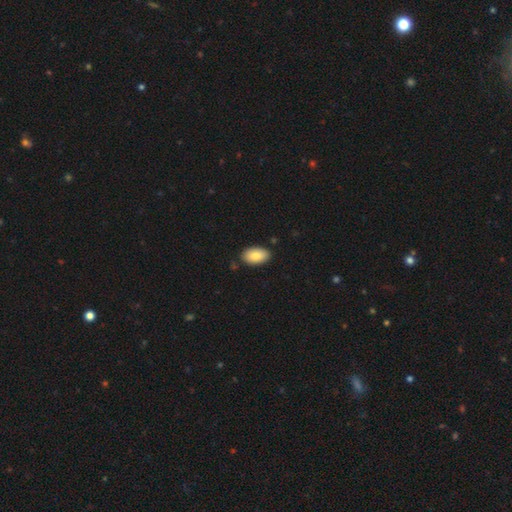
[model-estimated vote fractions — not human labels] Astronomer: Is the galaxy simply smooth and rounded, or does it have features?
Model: smooth — 83%.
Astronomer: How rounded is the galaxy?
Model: in between — 94%.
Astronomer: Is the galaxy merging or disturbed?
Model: none — 84%.